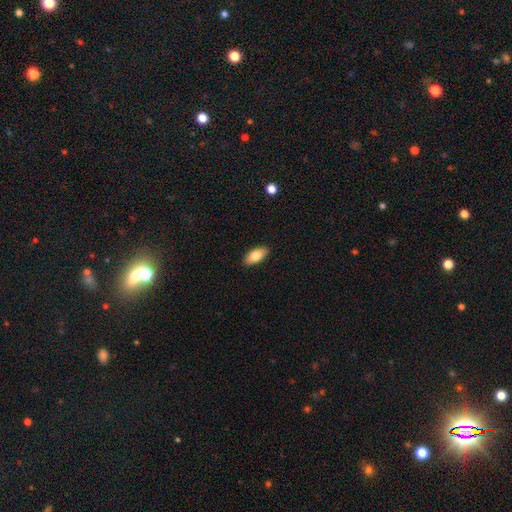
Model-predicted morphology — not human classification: Overall: smooth (79%). How rounded: in between (90%). Merging: none (90%).